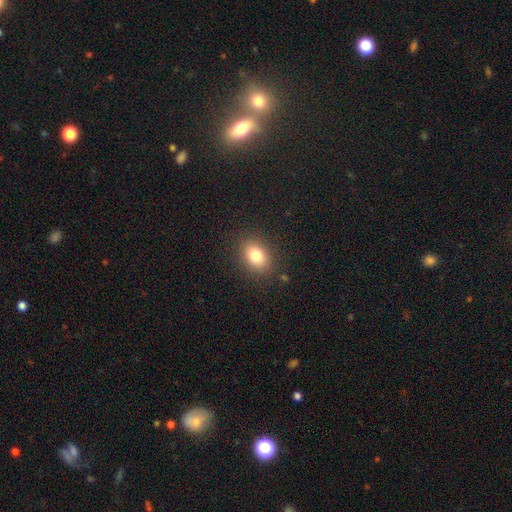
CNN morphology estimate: smooth-or-featured: smooth: 80% | star or artifact: 11% | featured or disk: 9%
  how-rounded: in between: 68% | round: 31% | cigar-shaped: 1%
  merging: none: 87% | minor disturbance: 9% | major disturbance: 3% | merger: 1%